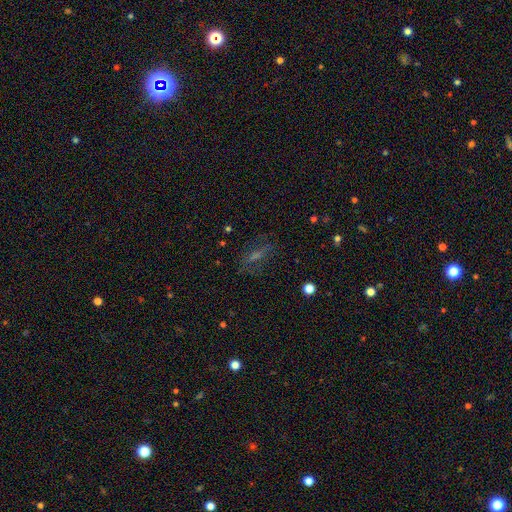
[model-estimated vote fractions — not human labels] featured or disk 39%, smooth 33%, star or artifact 28%. Down the decision tree: merging — none (72%).